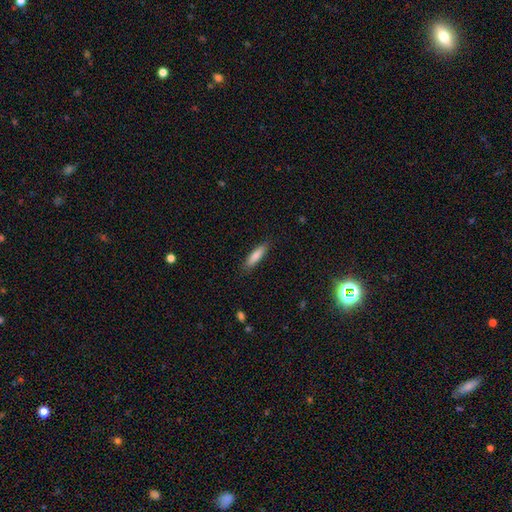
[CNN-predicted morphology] Smooth or featured? Predicted: smooth (p=0.82). How rounded? Predicted: cigar-shaped (p=0.74). Merging? Predicted: none (p=0.88).